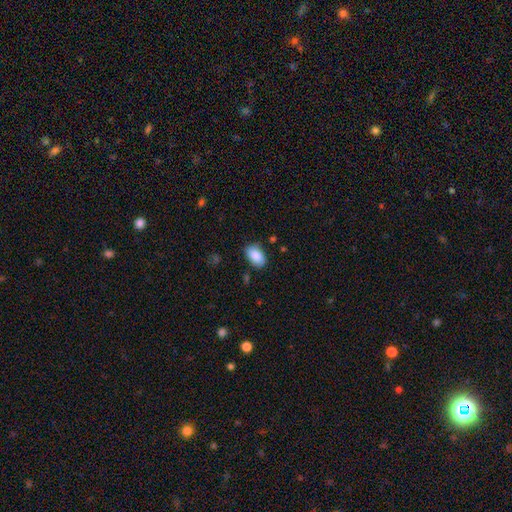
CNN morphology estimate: smooth 86%, star or artifact 7%, featured or disk 7%. Down the decision tree: how rounded — in between (91%); merging — none (78%).